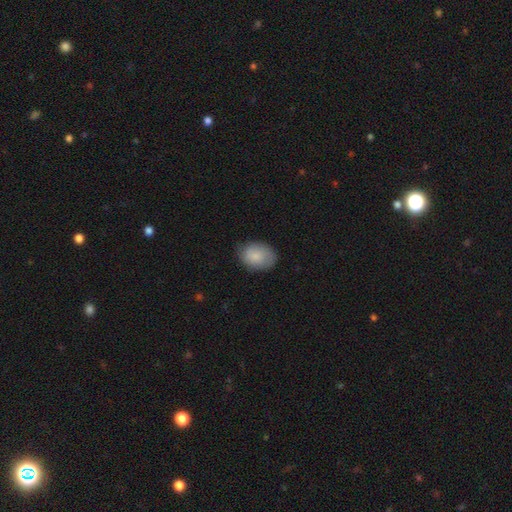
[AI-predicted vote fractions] Smooth or featured: smooth — 81% (featured or disk — 13%)
How rounded: in between — 67% (round — 32%)
Merging: none — 74% (minor disturbance — 21%)